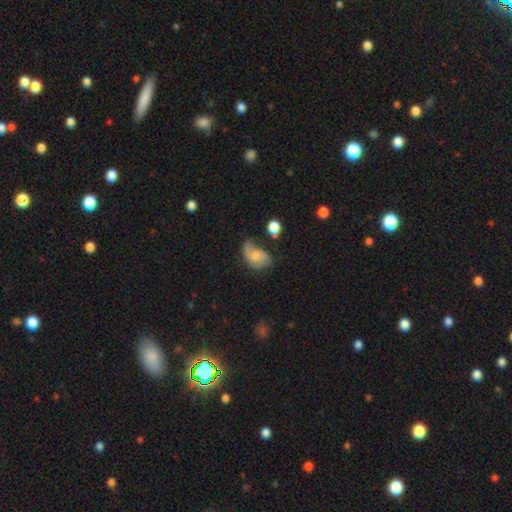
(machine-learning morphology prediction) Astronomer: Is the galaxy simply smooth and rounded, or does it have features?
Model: featured or disk — 51% (runner-up: smooth, 40%).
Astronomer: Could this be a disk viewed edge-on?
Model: no — 97%.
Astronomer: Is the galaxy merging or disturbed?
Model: none — 37% (runner-up: minor disturbance, 31%).